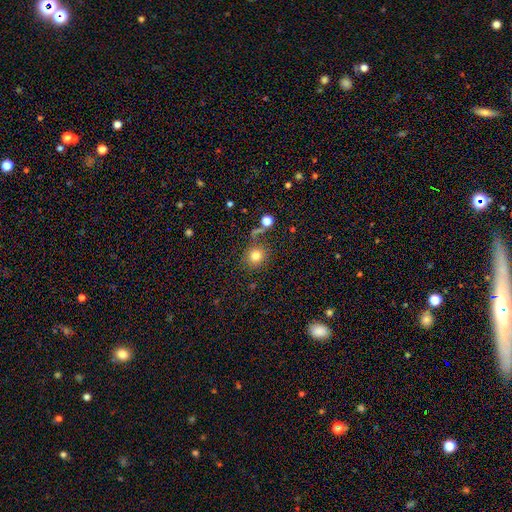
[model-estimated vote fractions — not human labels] The model was most divided on "merging": none: 76%, minor disturbance: 11%, merger: 8%, major disturbance: 5%. More confident: how rounded — round (87%); smooth or featured — smooth (80%).